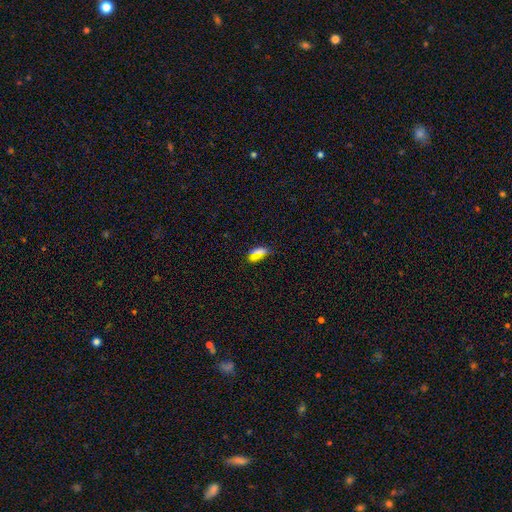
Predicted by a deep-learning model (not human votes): Smooth or featured: smooth — 67% (star or artifact — 23%)
How rounded: in between — 79% (cigar-shaped — 13%)
Merging: none — 65% (minor disturbance — 21%)